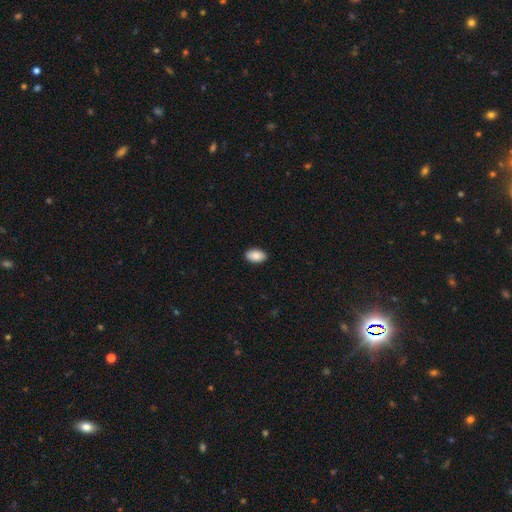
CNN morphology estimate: Smooth or featured? Predicted: smooth (p=0.89). How rounded? Predicted: in between (p=0.94). Merging? Predicted: none (p=0.90).